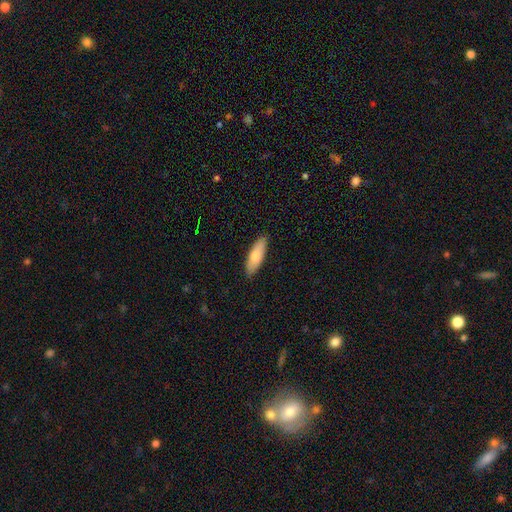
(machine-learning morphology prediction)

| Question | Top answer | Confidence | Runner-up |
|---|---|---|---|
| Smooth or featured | smooth | 79% | featured or disk (16%) |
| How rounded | in between | 54% | cigar-shaped (44%) |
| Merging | none | 89% | minor disturbance (8%) |